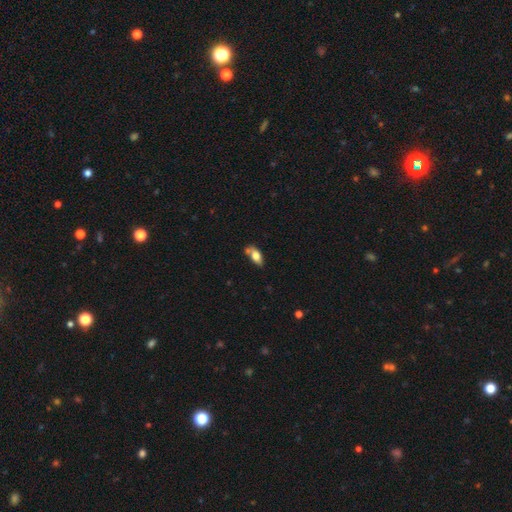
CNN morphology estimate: Smooth or featured: smooth — 73% (featured or disk — 20%)
How rounded: in between — 86% (cigar-shaped — 9%)
Merging: none — 53% (minor disturbance — 21%)